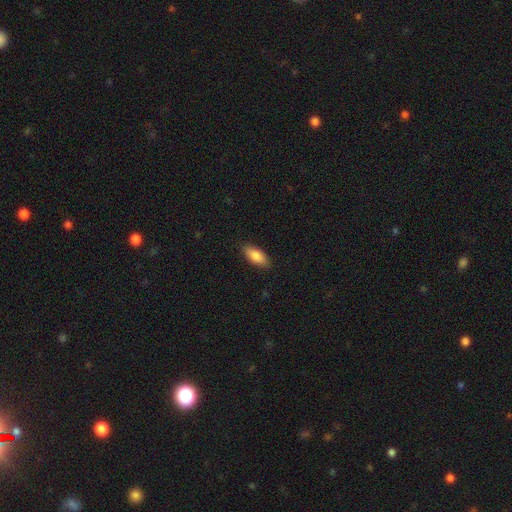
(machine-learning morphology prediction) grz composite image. It shows a smooth galaxy with no disk features (84%) that is in between round and cigar-shaped (82%). Merging: none (87%).